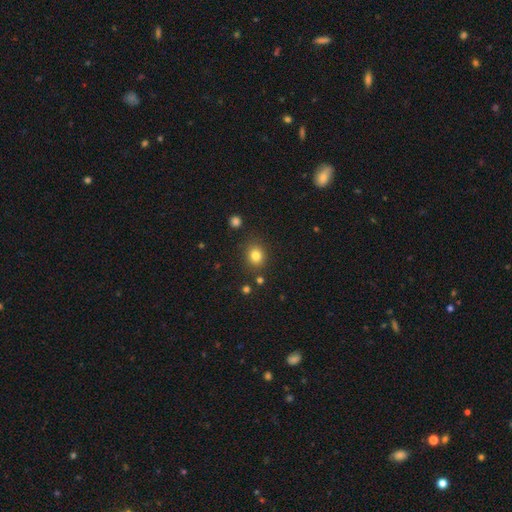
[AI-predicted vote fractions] This appears to be a smooth galaxy with no disk features (81%) that is round (74%). Merging: none (84%).